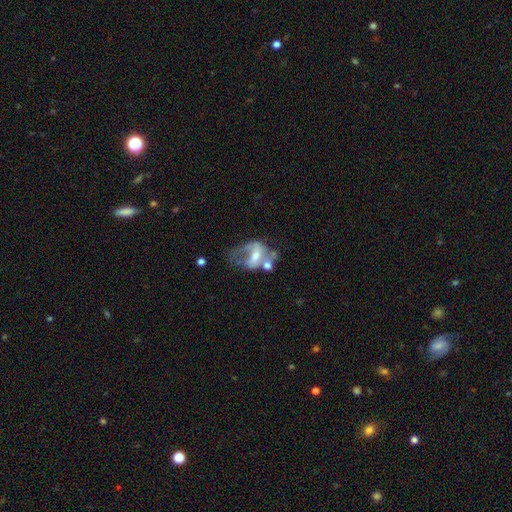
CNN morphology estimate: Smooth or featured? Predicted: featured or disk (p=0.62). Edge-on disk? Predicted: no (p=0.96). Bar? Predicted: weak (p=0.39). Spiral arms? Predicted: yes (p=0.55). Bulge size? Predicted: moderate (p=0.48). Merging? Predicted: major disturbance (p=0.34).